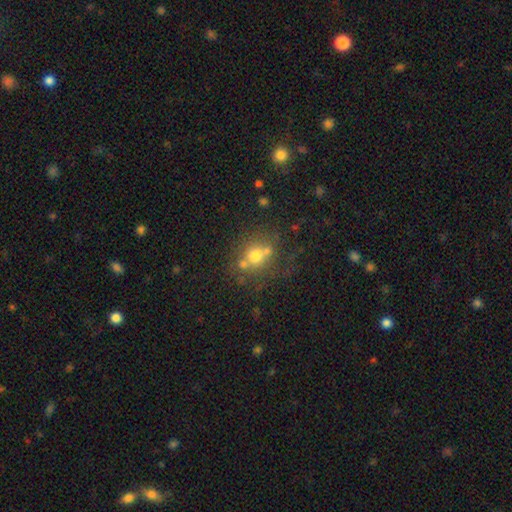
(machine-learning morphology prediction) Overall: smooth (61%; featured or disk 21%). How rounded: round (71%). Merging: none (49%; merger 26%).